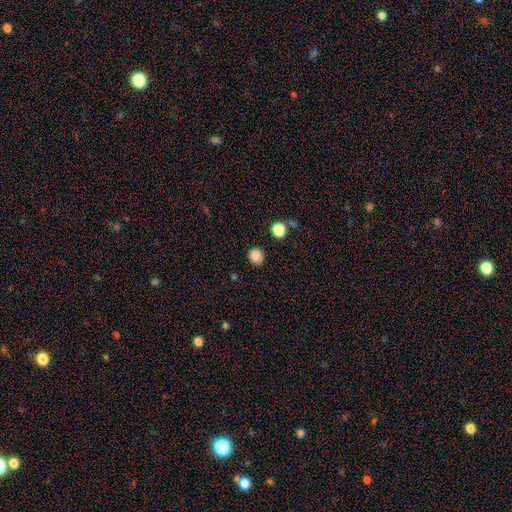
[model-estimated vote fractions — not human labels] Q: Smooth or featured?
A: smooth (86%); runner-up: star or artifact (11%)
Q: How rounded?
A: round (91%); runner-up: in between (8%)
Q: Merging?
A: none (88%); runner-up: minor disturbance (8%)